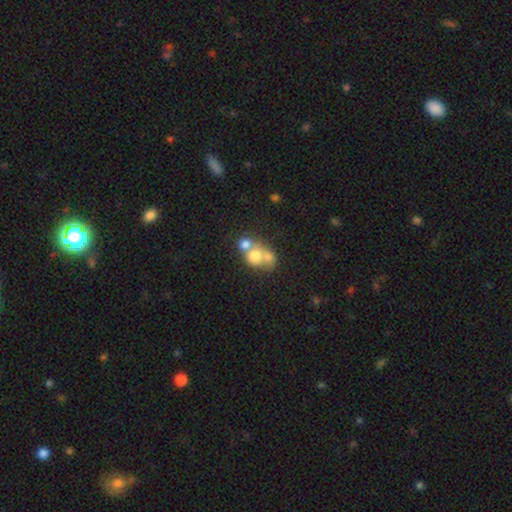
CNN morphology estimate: A smooth galaxy with no disk features (62%) that is round (60%). Merging: merger (65%).